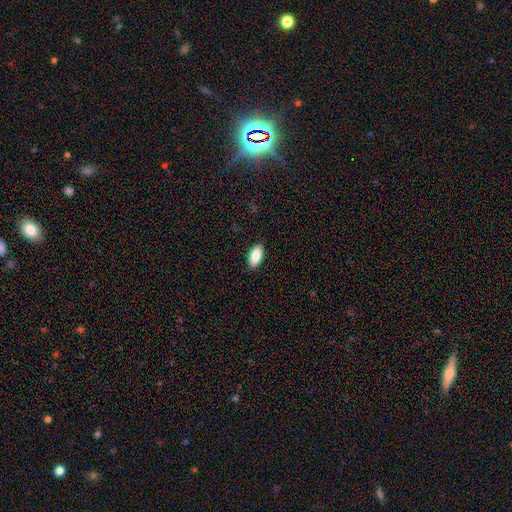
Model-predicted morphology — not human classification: smooth_or_featured: smooth (p=0.86) [alt: featured or disk p=0.08]
how_rounded: in between (p=0.87) [alt: cigar-shaped p=0.10]
merging: none (p=0.89) [alt: minor disturbance p=0.08]